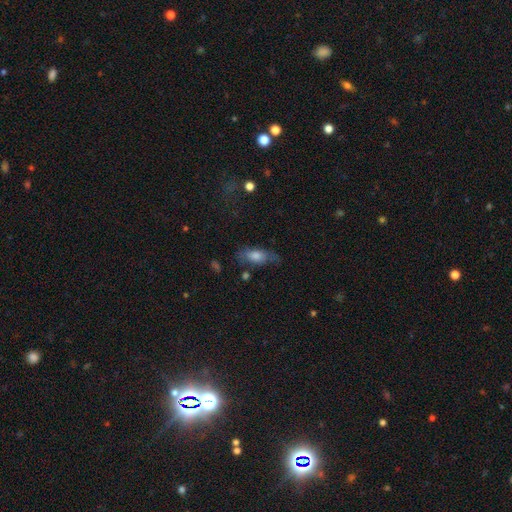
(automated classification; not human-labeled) Q: Smooth or featured?
A: smooth (59%); runner-up: featured or disk (31%)
Q: How rounded?
A: in between (71%); runner-up: cigar-shaped (24%)
Q: Merging?
A: none (59%); runner-up: minor disturbance (26%)